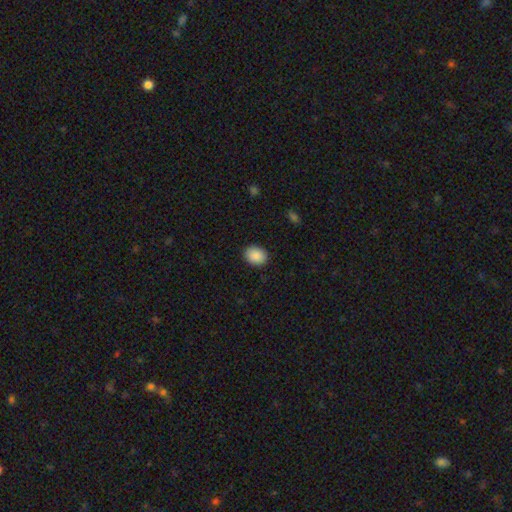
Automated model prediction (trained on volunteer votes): This is clearly a smooth galaxy (89%). How rounded: possibly in between (53%). Merging: clearly none (90%).